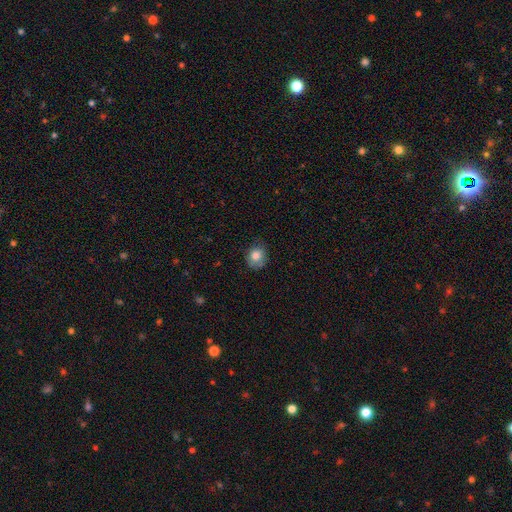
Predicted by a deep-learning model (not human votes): The model was most divided on "how rounded": round: 66%, in between: 34%, cigar-shaped: 1%. More confident: smooth or featured — smooth (80%); merging — none (64%).